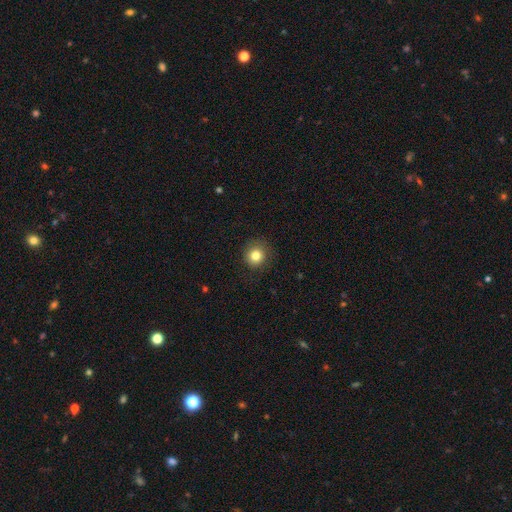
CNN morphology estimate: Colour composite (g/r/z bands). It shows a smooth galaxy with no disk features (81%) that is round (91%). Merging: none (86%).